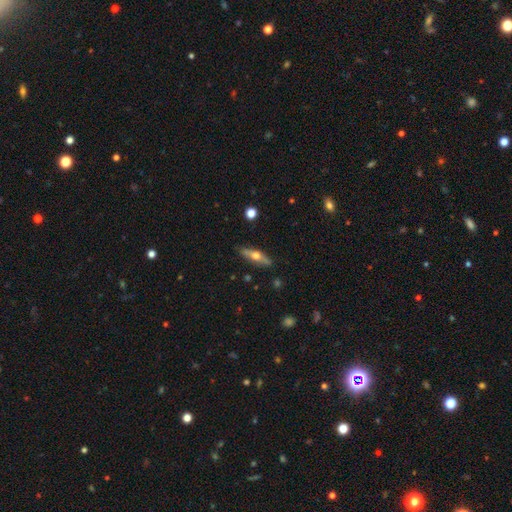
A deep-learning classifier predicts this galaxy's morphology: This is possibly a featured or disk galaxy (54%). It is clearly viewed edge-on (88%). Merging: clearly none (86%).